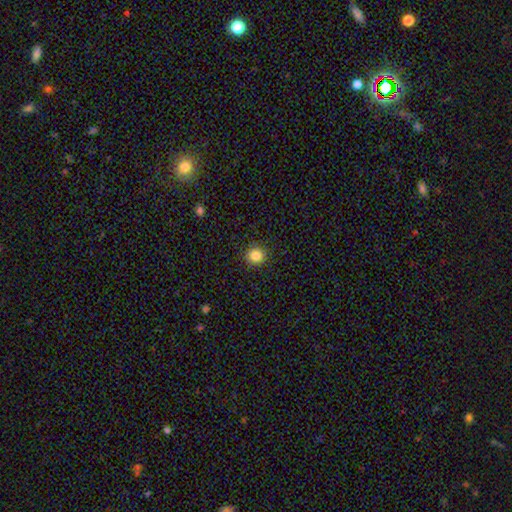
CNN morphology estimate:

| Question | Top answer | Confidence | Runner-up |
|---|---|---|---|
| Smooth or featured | smooth | 84% | star or artifact (11%) |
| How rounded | round | 89% | in between (10%) |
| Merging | none | 91% | minor disturbance (6%) |